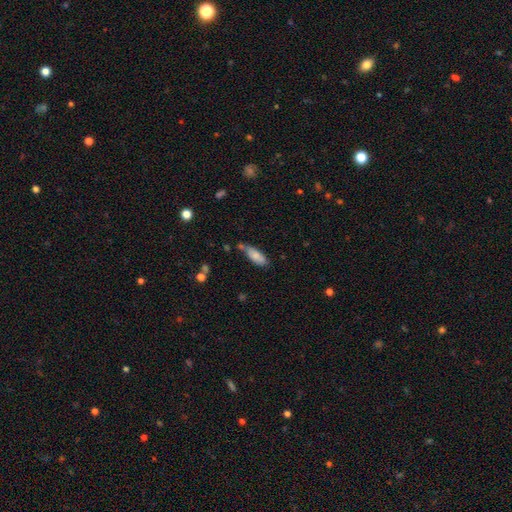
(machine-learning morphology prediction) Smooth or featured?
  - smooth: 80% *
  - featured or disk: 13%
  - star or artifact: 7%
How rounded?
  - in between: 67% *
  - cigar-shaped: 32%
  - round: 2%
Merging?
  - none: 61% *
  - minor disturbance: 24%
  - merger: 10%
  - major disturbance: 5%